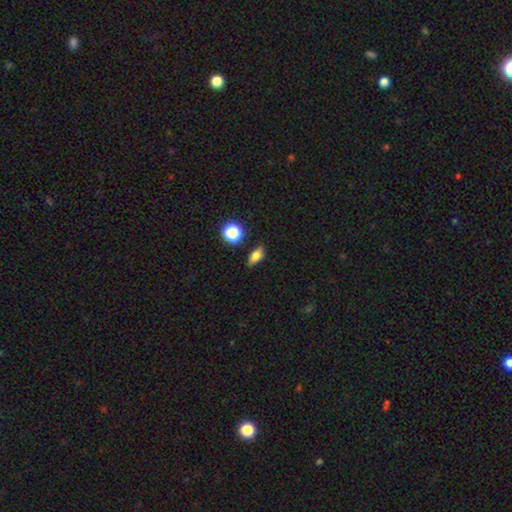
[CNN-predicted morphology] This appears to be a smooth galaxy with no disk features (74%) that is in between round and cigar-shaped (73%). Merging: none (81%).